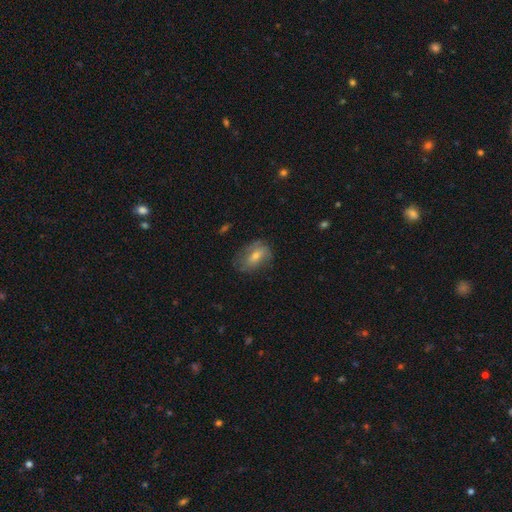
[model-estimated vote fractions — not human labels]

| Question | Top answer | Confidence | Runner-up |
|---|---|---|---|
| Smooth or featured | smooth | 45% | featured or disk (44%) |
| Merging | none | 64% | minor disturbance (24%) |